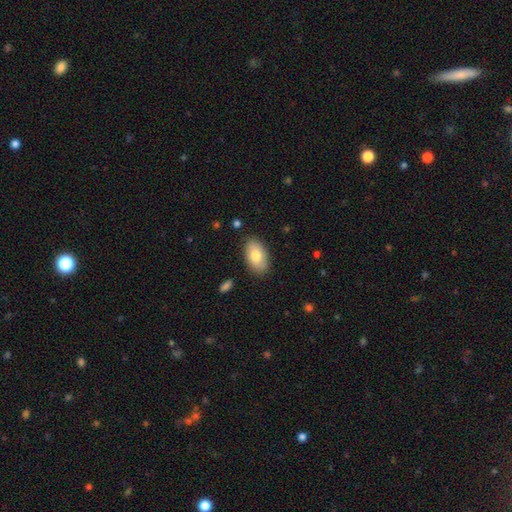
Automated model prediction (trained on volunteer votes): Q: Smooth or featured?
A: smooth (78%); runner-up: featured or disk (16%)
Q: How rounded?
A: in between (94%); runner-up: round (5%)
Q: Merging?
A: none (85%); runner-up: minor disturbance (11%)